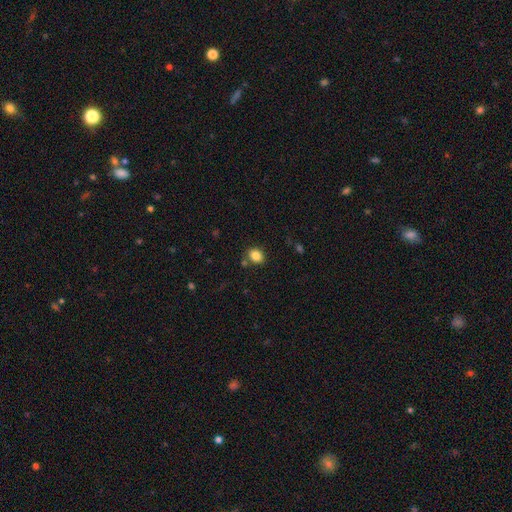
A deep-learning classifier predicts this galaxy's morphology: smooth_or_featured: smooth (p=0.84) [alt: star or artifact p=0.10]
how_rounded: round (p=0.53) [alt: in between p=0.46]
merging: none (p=0.80) [alt: minor disturbance p=0.10]